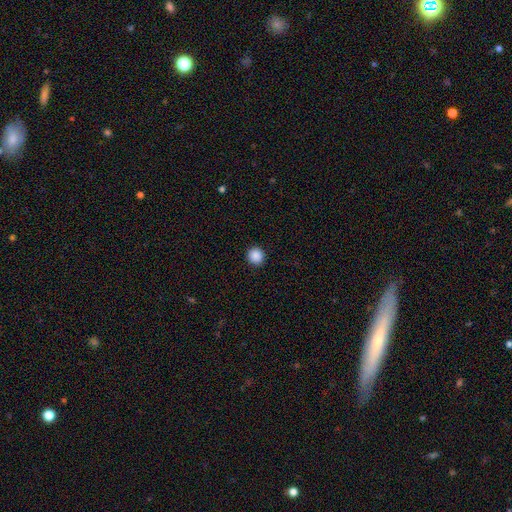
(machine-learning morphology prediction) Smooth or featured?
  - smooth: 89% *
  - star or artifact: 9%
  - featured or disk: 2%
How rounded?
  - round: 92% *
  - in between: 8%
  - cigar-shaped: 1%
Merging?
  - none: 93% *
  - minor disturbance: 5%
  - major disturbance: 2%
  - merger: 1%